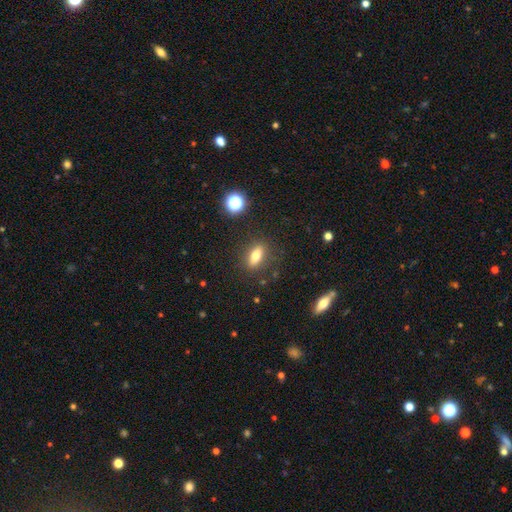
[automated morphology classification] Smooth or featured? smooth (72%)
How rounded? in between (70%)
Merging? none (84%)